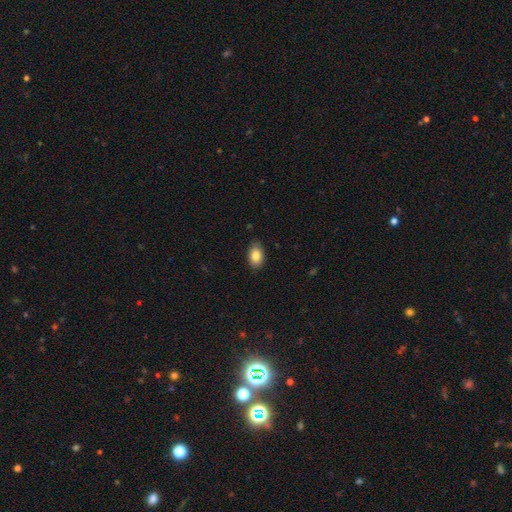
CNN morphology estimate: Smooth or featured?
  - smooth: 84% *
  - featured or disk: 8%
  - star or artifact: 7%
How rounded?
  - in between: 87% *
  - round: 11%
  - cigar-shaped: 1%
Merging?
  - none: 84% *
  - minor disturbance: 13%
  - major disturbance: 2%
  - merger: 1%